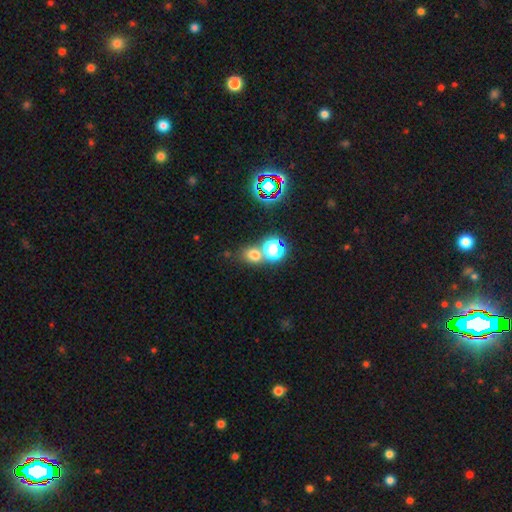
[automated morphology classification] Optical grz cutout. It shows a smooth galaxy with no disk features (65%) that is round (67%). Merging: none (56%).